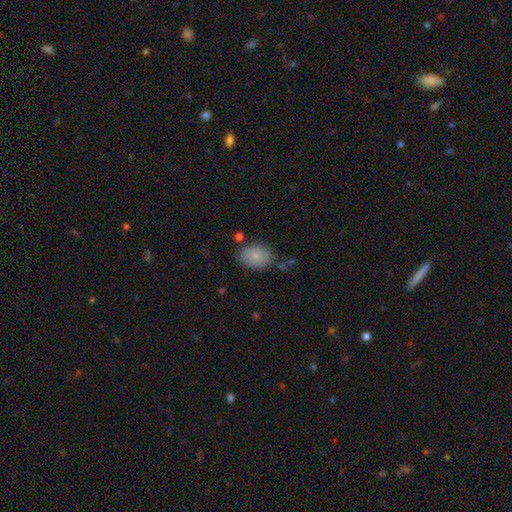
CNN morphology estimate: Smooth or featured: smooth — 87% (star or artifact — 7%)
How rounded: in between — 78% (round — 21%)
Merging: none — 77% (minor disturbance — 15%)